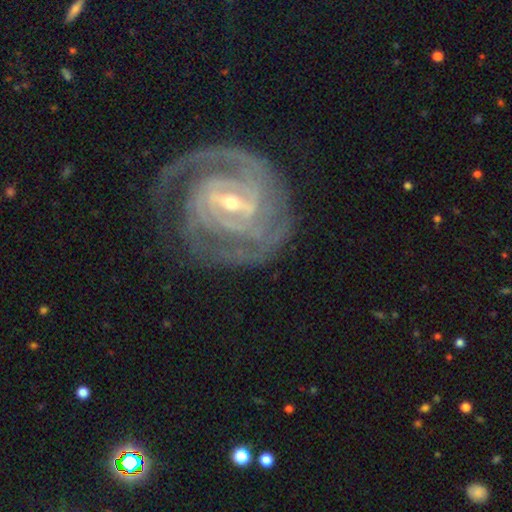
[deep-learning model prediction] A featured or disk galaxy (91%) with a strong bar (51%), 2 (35%) tight (73%) spiral arms (98%) and a small central bulge (62%).

Vote fractions:
- Smooth or featured? featured or disk: 91% / star or artifact: 5% / smooth: 4%
- Edge-on disk? no: 97% / yes: 3%
- Bar? strong: 51% / weak: 38% / no: 10%
- Spiral arms? yes: 98% / no: 2%
- Spiral winding? tight: 73% / medium: 23% / loose: 4%
- Spiral arm count? 2: 35% / 3: 23% / can't tell: 18% / 4: 11% / 1: 6% / more than 4: 6%
- Bulge size? small: 62% / moderate: 34% / large: 2% / none: 1% / dominant: 1%
- Merging? none: 73% / minor disturbance: 16% / major disturbance: 9% / merger: 2%